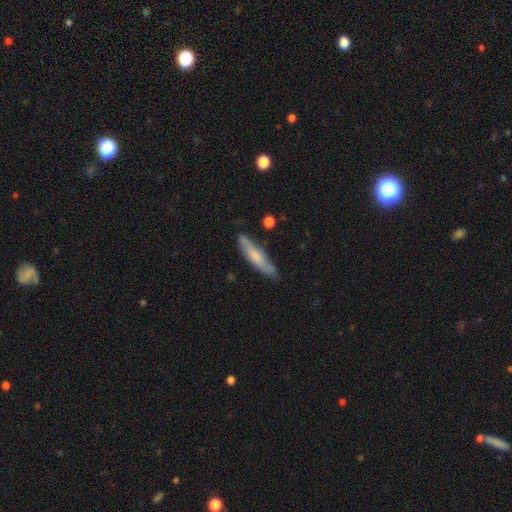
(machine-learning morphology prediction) Smooth or featured?
  - smooth: 62% *
  - featured or disk: 32%
  - star or artifact: 6%
How rounded?
  - cigar-shaped: 84% *
  - in between: 14%
  - round: 2%
Merging?
  - none: 77% *
  - minor disturbance: 18%
  - major disturbance: 3%
  - merger: 2%